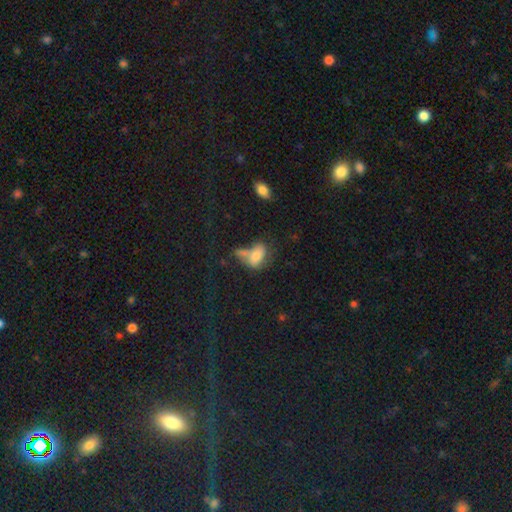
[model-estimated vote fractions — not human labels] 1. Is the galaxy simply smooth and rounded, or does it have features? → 69% smooth, 20% featured or disk, 11% star or artifact.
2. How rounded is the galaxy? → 87% in between, 10% round, 3% cigar-shaped.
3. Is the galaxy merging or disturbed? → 35% merger, 28% none, 19% minor disturbance, 18% major disturbance.